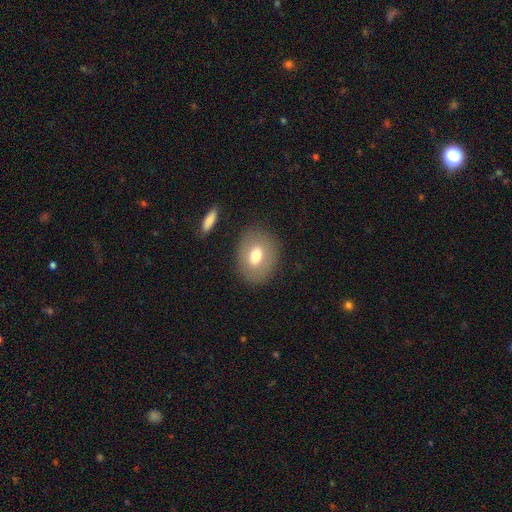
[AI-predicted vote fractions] A smooth galaxy with no disk features (67%) that is in between round and cigar-shaped (62%). Merging: none (83%).